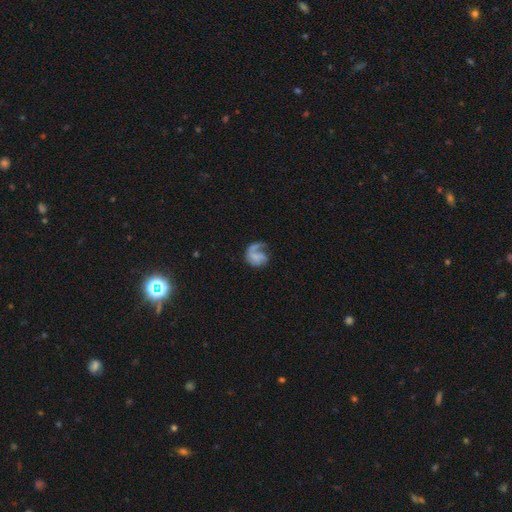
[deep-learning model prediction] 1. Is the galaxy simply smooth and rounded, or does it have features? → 64% featured or disk, 28% smooth, 8% star or artifact.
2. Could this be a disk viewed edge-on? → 98% no, 2% yes.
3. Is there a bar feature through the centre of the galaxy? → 65% no, 28% weak, 6% strong.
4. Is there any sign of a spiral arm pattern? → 85% yes, 15% no.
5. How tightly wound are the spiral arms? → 38% loose (tied), 38% medium (tied), 24% tight.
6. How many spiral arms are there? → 70% 1, 20% 2, 6% can't tell, 2% 3, 1% 4, 1% more than 4.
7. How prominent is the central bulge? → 41% none (tied), 41% small (tied), 13% moderate, 3% large, 2% dominant.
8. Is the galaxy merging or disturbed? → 40% none, 35% major disturbance, 20% minor disturbance, 4% merger.